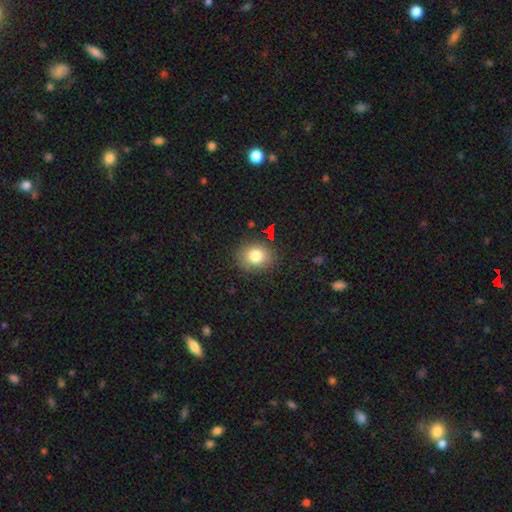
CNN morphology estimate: type=smooth (80%); roundness=round (62%); merging=none (84%).